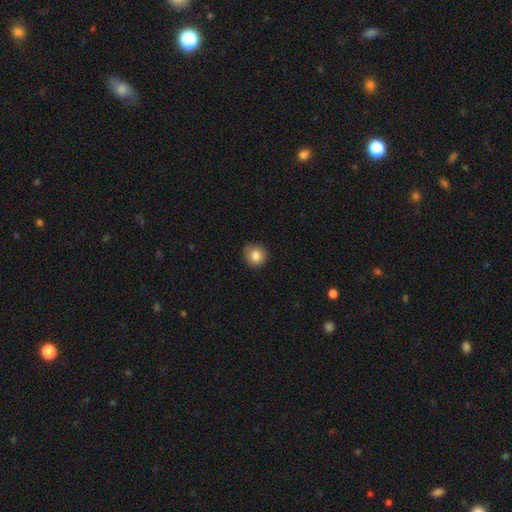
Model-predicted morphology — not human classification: Smooth or featured? Predicted: smooth (p=0.83). How rounded? Predicted: round (p=0.87). Merging? Predicted: none (p=0.83).